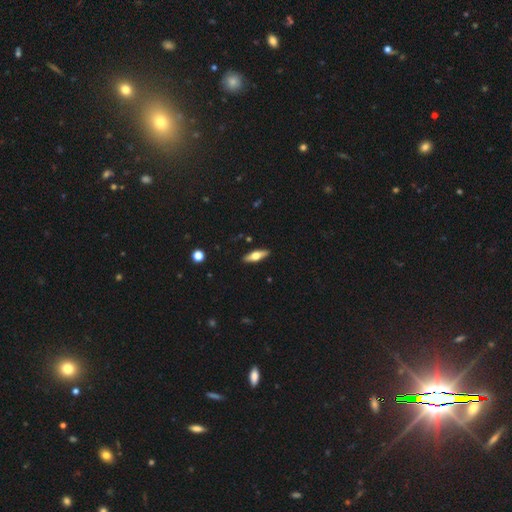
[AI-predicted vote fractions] The model was most divided on "smooth or featured": featured or disk: 49%, smooth: 45%, star or artifact: 6%. More confident: merging — none (90%).